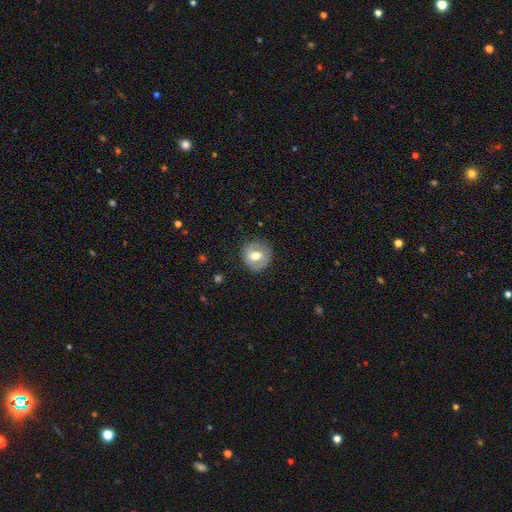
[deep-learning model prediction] A featured or disk galaxy (47%). Merging: none (79%).